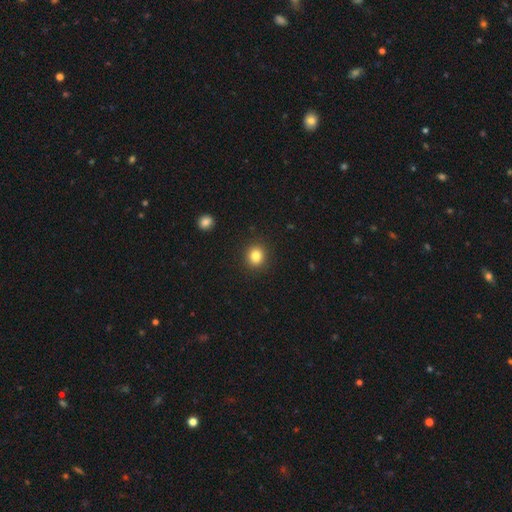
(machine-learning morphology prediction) Smooth or featured?
  - smooth: 83% *
  - star or artifact: 11%
  - featured or disk: 6%
How rounded?
  - round: 84% *
  - in between: 15%
  - cigar-shaped: 1%
Merging?
  - none: 91% *
  - minor disturbance: 5%
  - major disturbance: 2%
  - merger: 1%